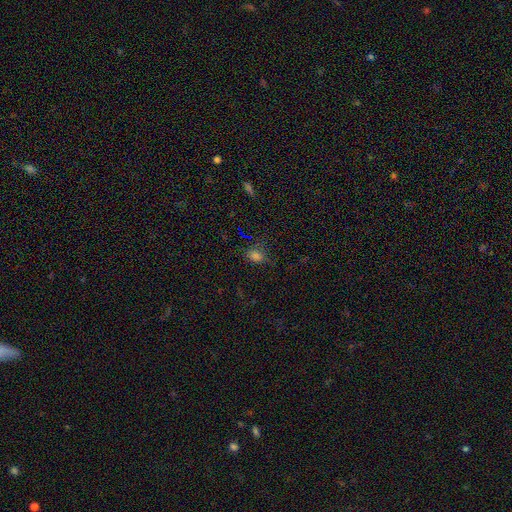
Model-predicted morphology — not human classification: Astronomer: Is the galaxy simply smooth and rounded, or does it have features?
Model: smooth — 70%.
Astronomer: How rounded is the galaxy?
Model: in between — 66%.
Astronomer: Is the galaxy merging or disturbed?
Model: none — 70%.